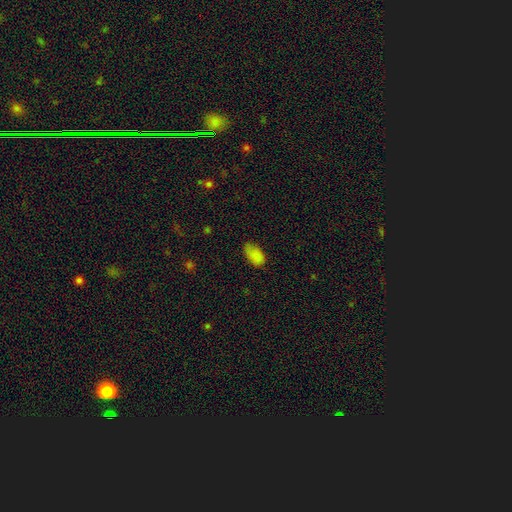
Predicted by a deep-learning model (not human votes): A smooth galaxy with no disk features (84%) that is in between round and cigar-shaped (92%). Merging: none (61%).